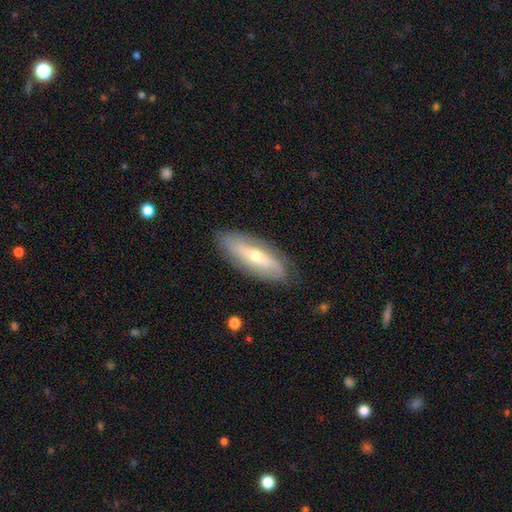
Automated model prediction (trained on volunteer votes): featured or disk 71%, smooth 22%, star or artifact 6%. Down the decision tree: edge-on disk — no (79%); bar — no (50%); spiral arms — yes (82%); bulge size — small (54%); merging — none (81%).